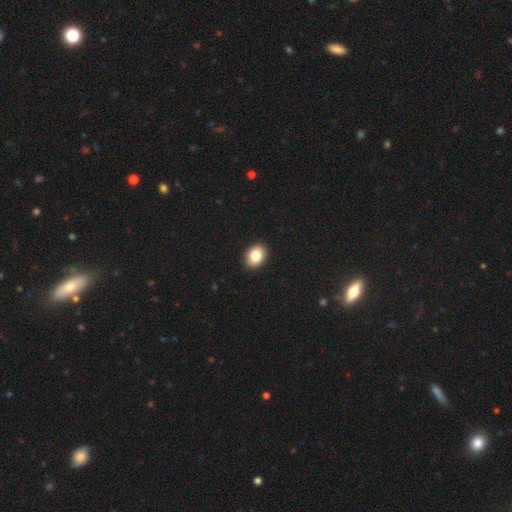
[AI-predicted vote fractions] This appears to be a smooth galaxy with no disk features (84%) that is in between round and cigar-shaped (70%). Merging: none (92%).